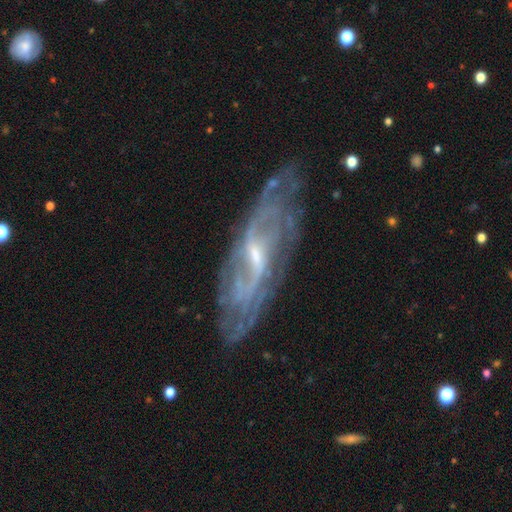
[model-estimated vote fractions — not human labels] This appears to be a featured or disk galaxy (83%) with a weak bar (52%), tight (49%) spiral arms (90%) and a small central bulge (59%). Merging: none (76%).